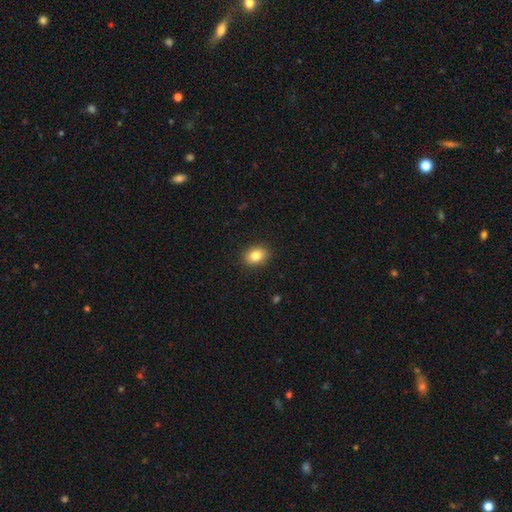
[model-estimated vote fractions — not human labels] smooth-or-featured: smooth: 84% | star or artifact: 9% | featured or disk: 7%
  how-rounded: in between: 62% | round: 37% | cigar-shaped: 1%
  merging: none: 90% | minor disturbance: 7% | major disturbance: 2% | merger: 1%